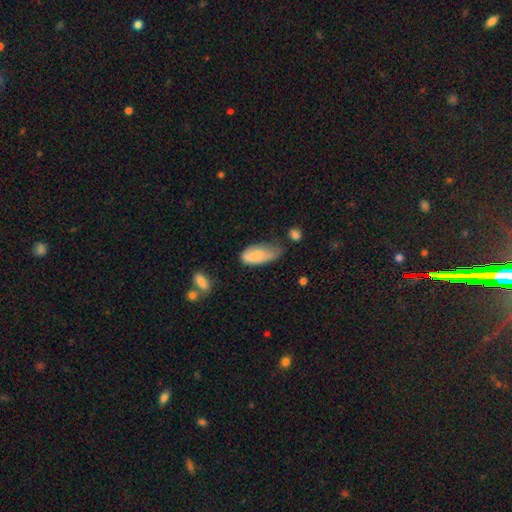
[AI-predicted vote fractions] Smooth or featured: smooth — 73% (featured or disk — 20%)
How rounded: in between — 89% (cigar-shaped — 8%)
Merging: minor disturbance — 44% (none — 26%)